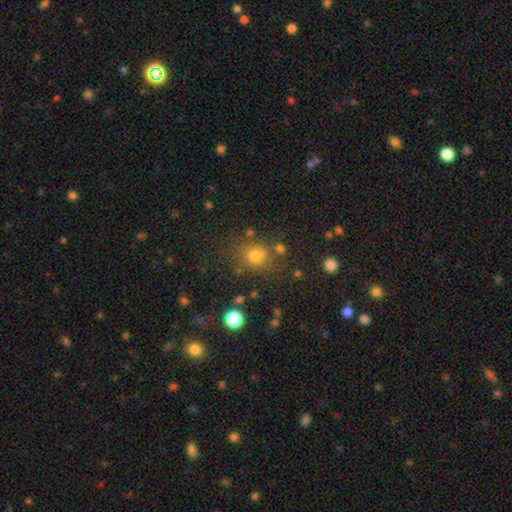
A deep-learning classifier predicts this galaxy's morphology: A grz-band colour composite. It shows a smooth galaxy with no disk features (73%) that is round (65%). Merging: none (68%).